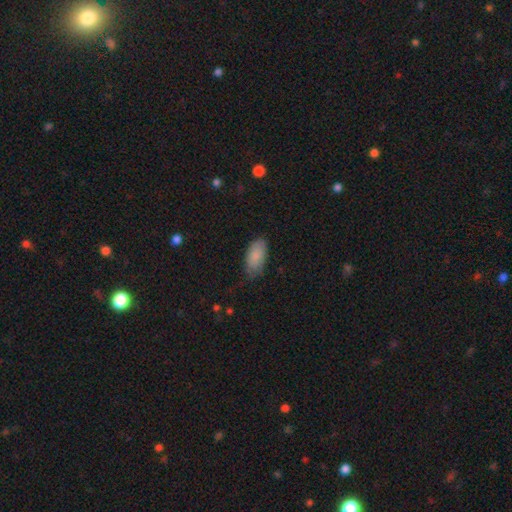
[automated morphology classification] This is clearly a smooth galaxy (87%). How rounded: clearly in between (92%). Merging: likely none (76%).